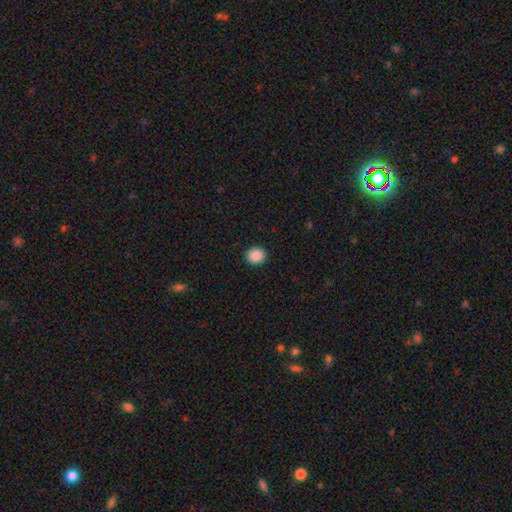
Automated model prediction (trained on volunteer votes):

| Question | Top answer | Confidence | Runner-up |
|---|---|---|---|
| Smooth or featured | smooth | 89% | star or artifact (9%) |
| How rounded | round | 76% | in between (23%) |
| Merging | none | 91% | minor disturbance (6%) |